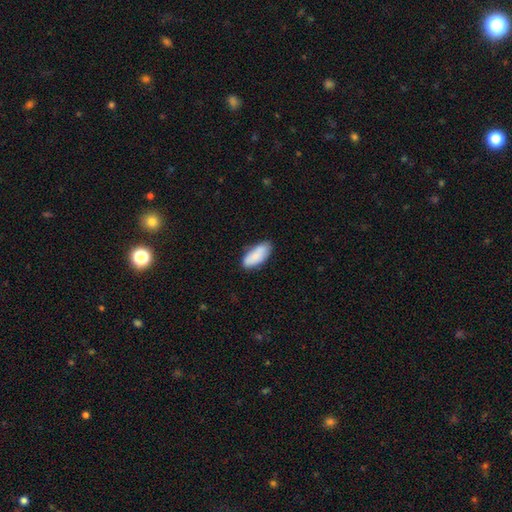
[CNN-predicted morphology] Q: Smooth or featured?
A: smooth (86%); runner-up: featured or disk (8%)
Q: How rounded?
A: in between (85%); runner-up: cigar-shaped (13%)
Q: Merging?
A: none (77%); runner-up: minor disturbance (18%)